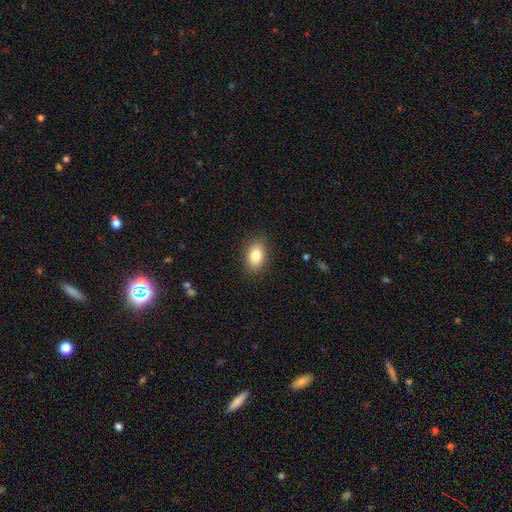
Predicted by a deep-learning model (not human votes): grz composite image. It shows a smooth galaxy with no disk features (83%) that is in between round and cigar-shaped (86%). Merging: none (87%).